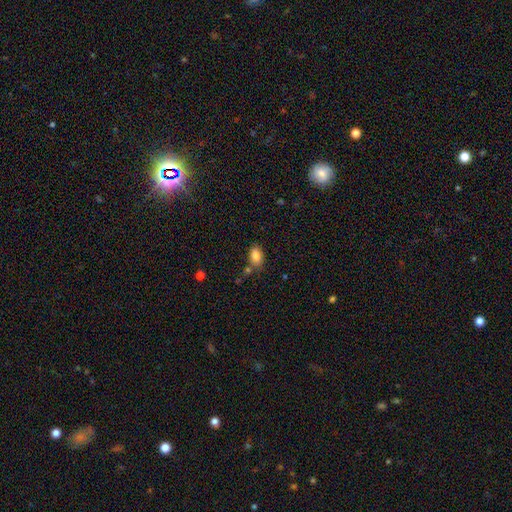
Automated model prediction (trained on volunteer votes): A smooth galaxy with no disk features (85%) that is in between round and cigar-shaped (88%).

Vote fractions:
- Smooth or featured? smooth: 85% / star or artifact: 9% / featured or disk: 7%
- How rounded? in between: 88% / round: 10% / cigar-shaped: 2%
- Merging? none: 71% / minor disturbance: 15% / merger: 10% / major disturbance: 4%